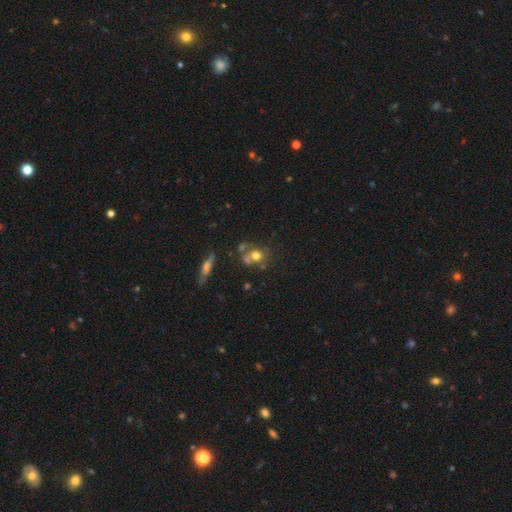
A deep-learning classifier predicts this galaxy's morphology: type=smooth (64%); roundness=round (69%); merging=none (42%).